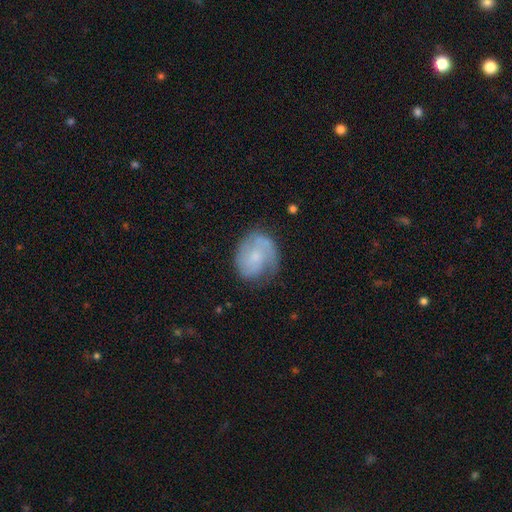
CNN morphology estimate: smooth-or-featured: featured or disk: 57% | smooth: 35% | star or artifact: 7%
  disk-edge-on: no: 97% | yes: 3%
    bar: no: 70% | weak: 26% | strong: 4%
    has-spiral-arms: yes: 84% | no: 16%
    bulge-size: small: 57% | moderate: 27% | none: 12% | large: 3% | dominant: 1%
  merging: none: 61% | minor disturbance: 25% | major disturbance: 12% | merger: 2%